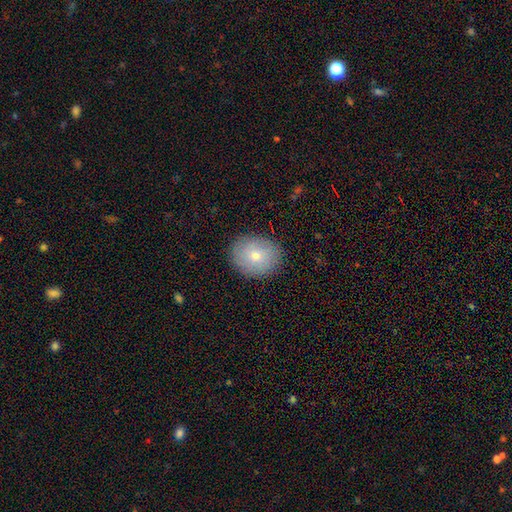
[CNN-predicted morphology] The model was most divided on "how rounded": round: 65%, in between: 34%, cigar-shaped: 1%. More confident: merging — none (88%); smooth or featured — smooth (76%).